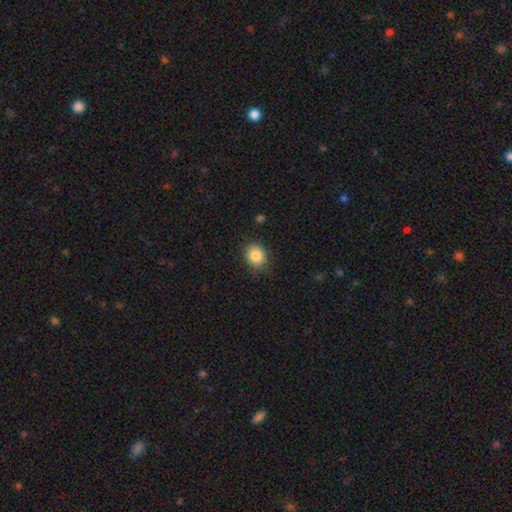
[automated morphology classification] type=smooth (85%); roundness=round (59%); merging=none (84%).